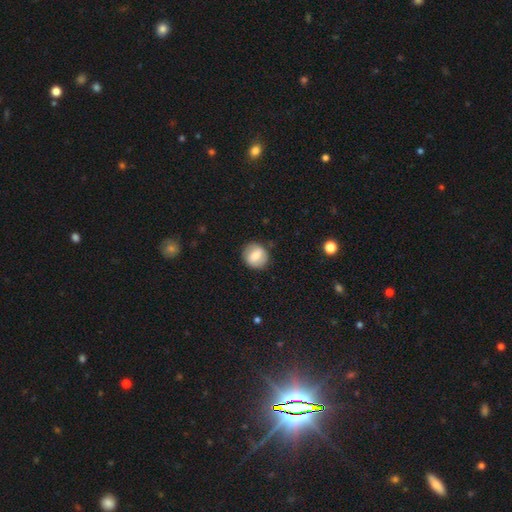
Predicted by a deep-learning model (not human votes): A smooth galaxy with no disk features (63%) that is round (86%). Merging: none (85%).